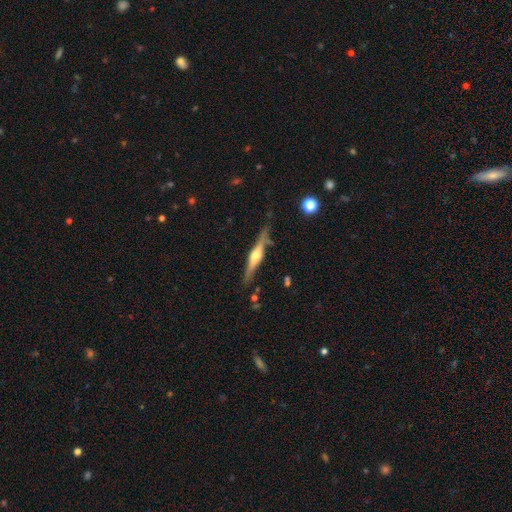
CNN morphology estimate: Smooth or featured: featured or disk — 73% (smooth — 21%)
Edge-on disk: yes — 97% (no — 3%)
Edge-on bulge: rounded — 91% (boxy — 6%)
Merging: none — 80% (minor disturbance — 14%)